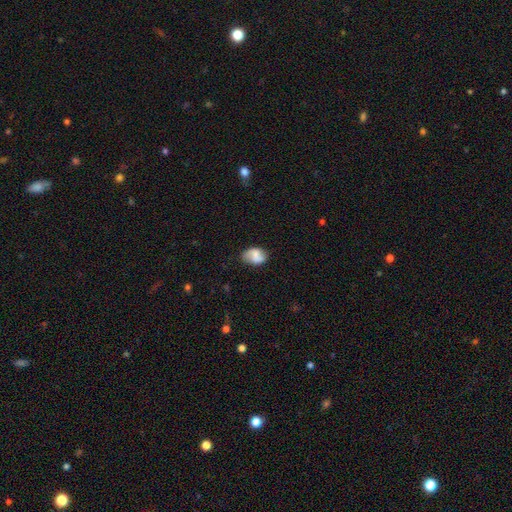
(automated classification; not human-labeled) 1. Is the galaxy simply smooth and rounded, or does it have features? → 56% smooth, 35% featured or disk, 9% star or artifact.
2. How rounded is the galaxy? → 79% in between, 19% round, 1% cigar-shaped.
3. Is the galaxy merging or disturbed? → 65% none, 25% minor disturbance, 7% major disturbance, 3% merger.